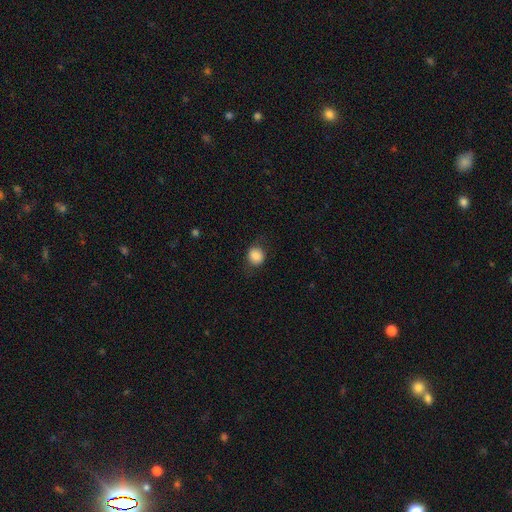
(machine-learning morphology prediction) Q: Smooth or featured?
A: smooth (87%); runner-up: star or artifact (9%)
Q: How rounded?
A: round (83%); runner-up: in between (16%)
Q: Merging?
A: none (82%); runner-up: minor disturbance (13%)